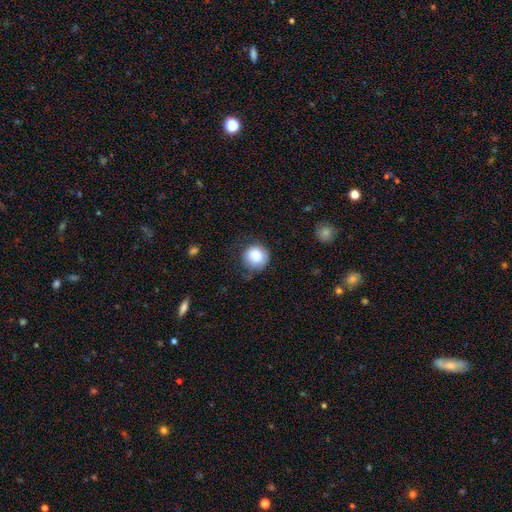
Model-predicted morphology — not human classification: Q: Smooth or featured?
A: smooth (84%); runner-up: featured or disk (8%)
Q: How rounded?
A: round (89%); runner-up: in between (10%)
Q: Merging?
A: none (58%); runner-up: minor disturbance (28%)